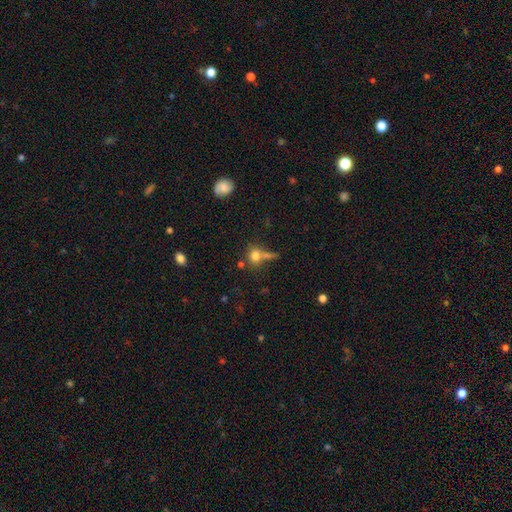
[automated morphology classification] The model was most divided on "merging": none: 52%, merger: 29%, minor disturbance: 11%, major disturbance: 8%. More confident: how rounded — round (80%); smooth or featured — smooth (62%).